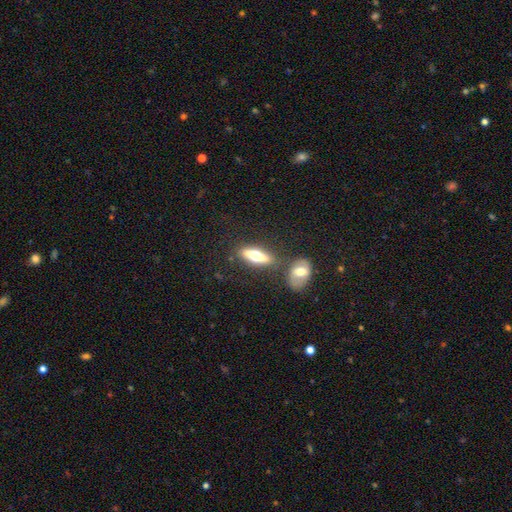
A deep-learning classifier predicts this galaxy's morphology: smooth 54%, featured or disk 39%, star or artifact 7%. Down the decision tree: how rounded — cigar-shaped (49%); merging — none (65%).